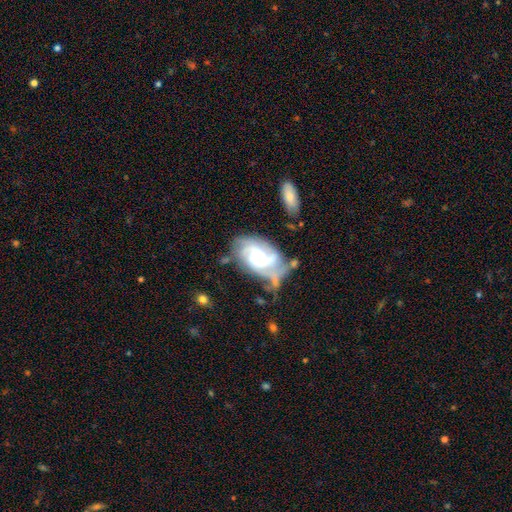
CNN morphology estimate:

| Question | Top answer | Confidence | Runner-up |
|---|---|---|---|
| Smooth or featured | featured or disk | 78% | smooth (15%) |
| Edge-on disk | no | 96% | yes (4%) |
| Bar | no | 61% | weak (32%) |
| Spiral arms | yes | 92% | no (8%) |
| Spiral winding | tight | 42% | medium (41%) |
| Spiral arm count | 2 | 28% | can't tell (27%) |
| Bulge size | moderate | 54% | small (22%) |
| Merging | none | 46% | minor disturbance (25%) |